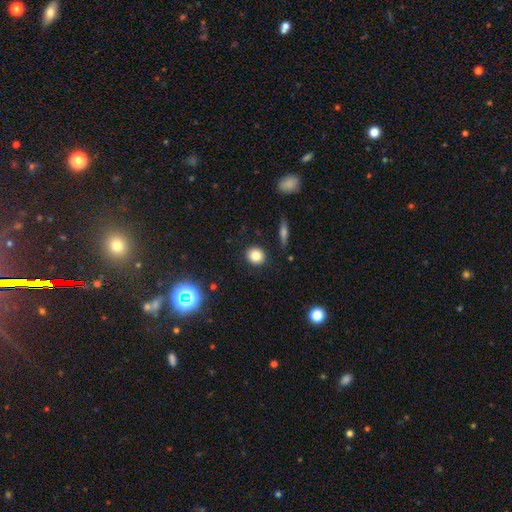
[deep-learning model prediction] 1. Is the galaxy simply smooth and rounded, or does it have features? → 81% smooth, 12% star or artifact, 7% featured or disk.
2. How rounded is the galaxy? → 81% round, 18% in between, 1% cigar-shaped.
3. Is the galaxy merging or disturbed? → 89% none, 7% minor disturbance, 2% major disturbance, 2% merger.